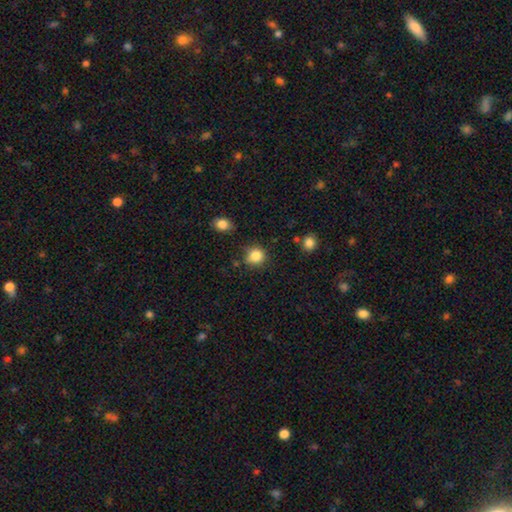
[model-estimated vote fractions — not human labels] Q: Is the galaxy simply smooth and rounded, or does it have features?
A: smooth — 85%.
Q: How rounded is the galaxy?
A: round — 86%.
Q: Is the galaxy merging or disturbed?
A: none — 77%.